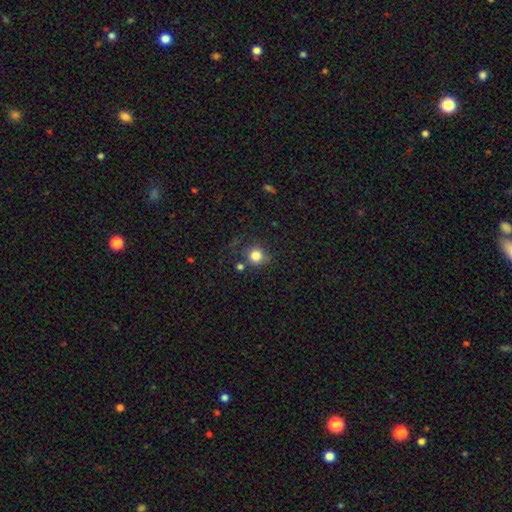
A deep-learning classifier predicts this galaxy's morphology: A smooth galaxy with no disk features (82%) that is round (91%).

Vote fractions:
- Smooth or featured? smooth: 82% / star or artifact: 12% / featured or disk: 6%
- How rounded? round: 91% / in between: 8% / cigar-shaped: 1%
- Merging? none: 75% / minor disturbance: 13% / merger: 7% / major disturbance: 5%